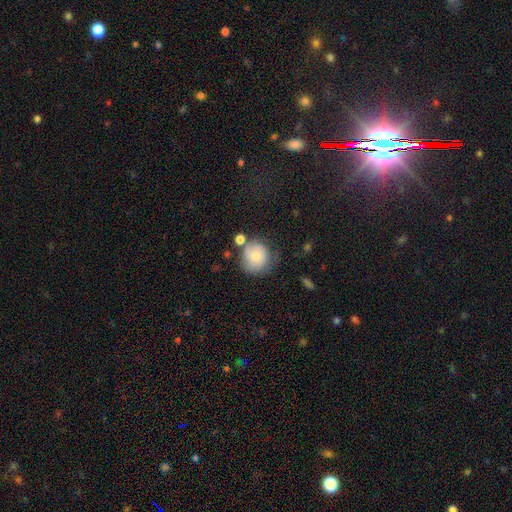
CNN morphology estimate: Smooth or featured? smooth (67%)
How rounded? round (87%)
Merging? none (57%)